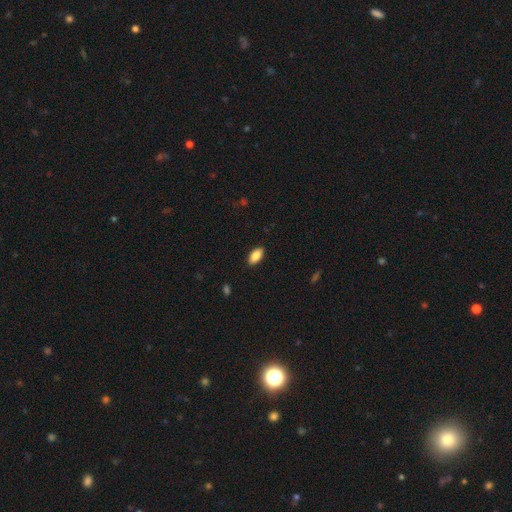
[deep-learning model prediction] Smooth or featured: smooth — 86% (featured or disk — 7%)
How rounded: in between — 91% (cigar-shaped — 6%)
Merging: none — 89% (minor disturbance — 8%)